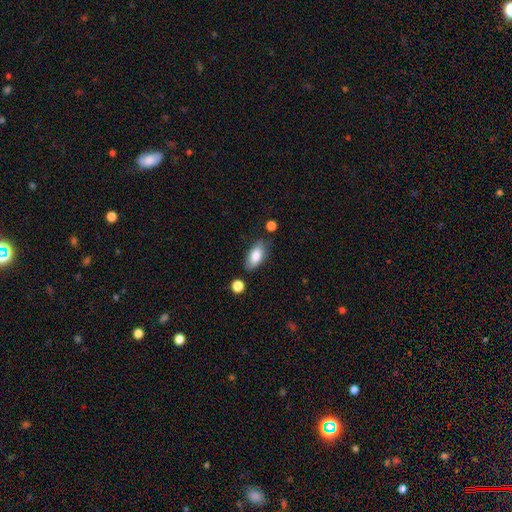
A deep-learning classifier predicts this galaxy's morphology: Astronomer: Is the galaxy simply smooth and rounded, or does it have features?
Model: smooth — 82%.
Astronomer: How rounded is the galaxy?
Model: in between — 88%.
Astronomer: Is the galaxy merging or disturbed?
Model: none — 74%.